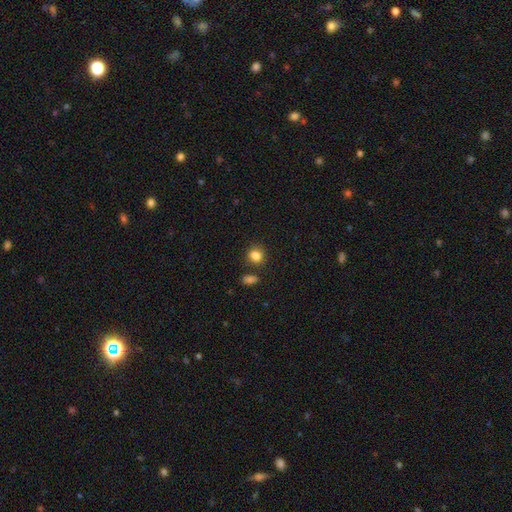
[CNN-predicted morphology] The model was most divided on "how rounded": round: 72%, in between: 27%, cigar-shaped: 1%. More confident: smooth or featured — smooth (85%); merging — none (76%).